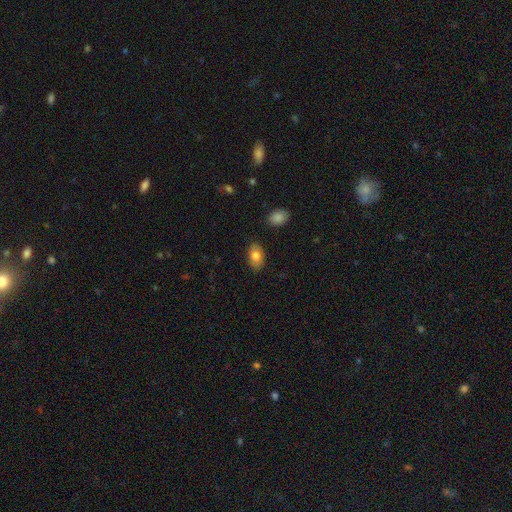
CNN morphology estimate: smooth 81%, featured or disk 12%, star or artifact 7%. Down the decision tree: how rounded — in between (90%); merging — none (83%).